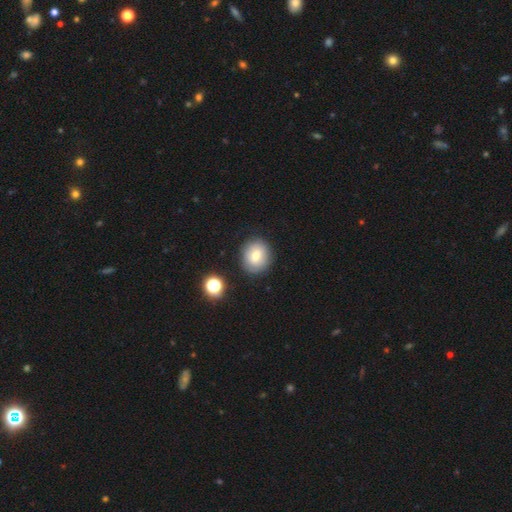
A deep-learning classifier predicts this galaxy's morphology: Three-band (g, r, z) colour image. It shows a smooth galaxy with no disk features (72%) that is round (76%). Merging: none (83%).